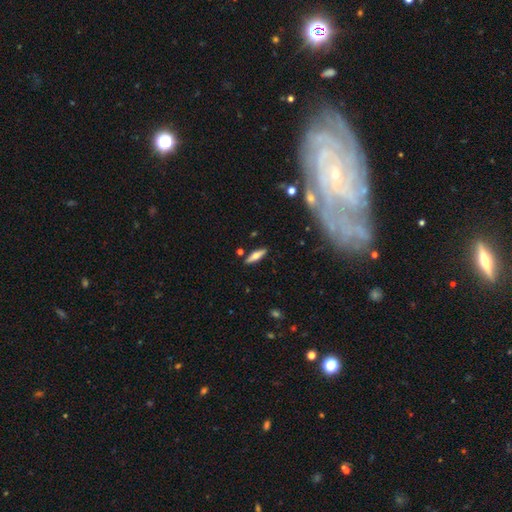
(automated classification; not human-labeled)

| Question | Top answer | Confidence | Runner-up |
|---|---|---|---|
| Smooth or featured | smooth | 50% | featured or disk (43%) |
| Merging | none | 86% | minor disturbance (9%) |